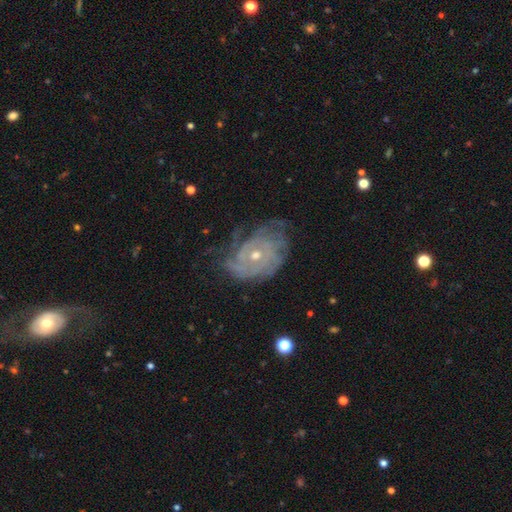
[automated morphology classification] Smooth or featured: featured or disk — 84% (smooth — 9%)
Edge-on disk: no — 96% (yes — 4%)
Bar: no — 77% (weak — 19%)
Spiral arms: yes — 92% (no — 8%)
Spiral winding: tight — 72% (medium — 22%)
Spiral arm count: can't tell — 46% (3 — 15%)
Bulge size: small — 53% (moderate — 44%)
Merging: none — 60% (minor disturbance — 25%)